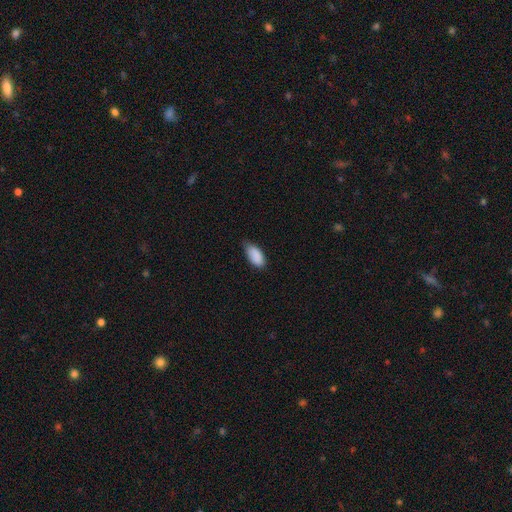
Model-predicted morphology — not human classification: This is clearly a smooth galaxy (89%). How rounded: clearly in between (91%). Merging: likely none (61%).